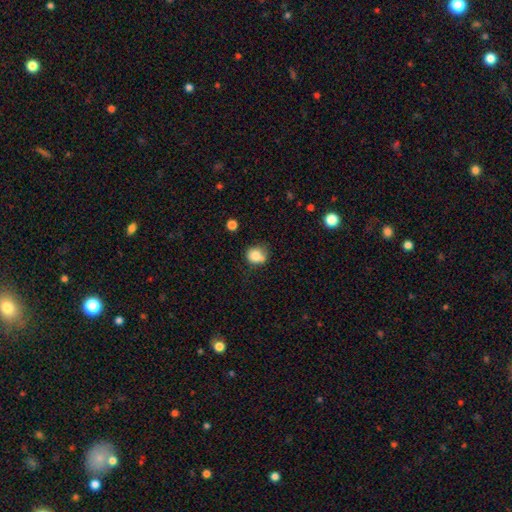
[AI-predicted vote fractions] A smooth galaxy with no disk features (79%) that is round (76%). Merging: none (52%).